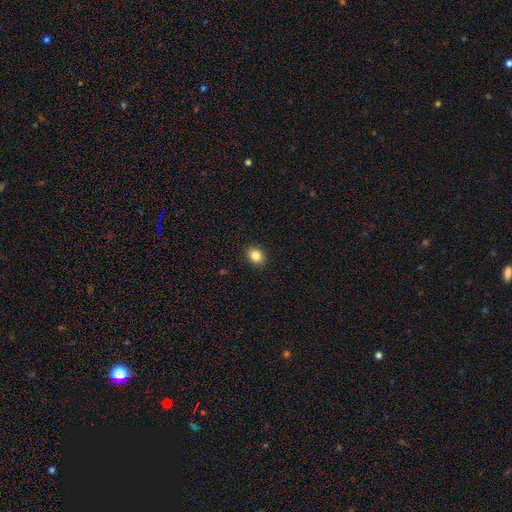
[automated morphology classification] smooth 85%, star or artifact 10%, featured or disk 6%. Down the decision tree: how rounded — in between (54%); merging — none (91%).